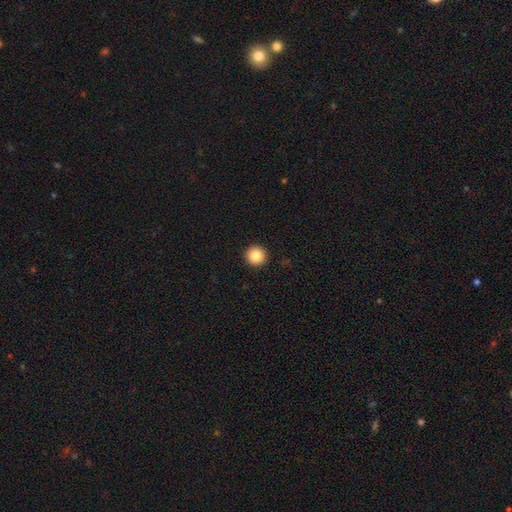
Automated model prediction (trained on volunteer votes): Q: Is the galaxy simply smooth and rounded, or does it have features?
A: smooth — 85%.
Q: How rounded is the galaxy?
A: round — 96%.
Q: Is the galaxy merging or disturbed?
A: none — 94%.